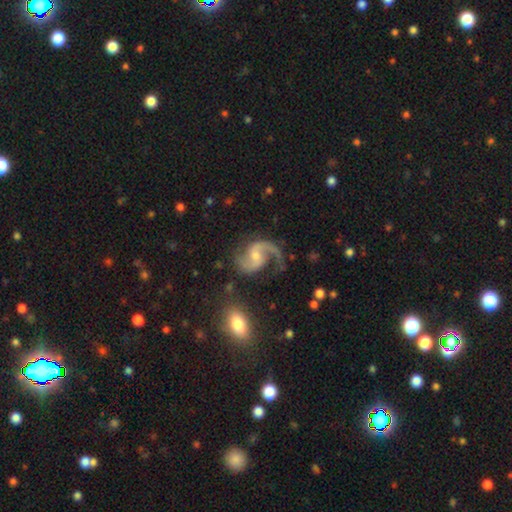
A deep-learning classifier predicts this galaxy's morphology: Smooth or featured: featured or disk — 90% (star or artifact — 5%)
Edge-on disk: no — 98% (yes — 2%)
Bar: no — 45% (weak — 42%)
Spiral arms: yes — 98% (no — 2%)
Spiral winding: medium — 47% (loose — 45%)
Spiral arm count: 2 — 82% (1 — 13%)
Bulge size: small — 49% (moderate — 41%)
Merging: none — 65% (minor disturbance — 17%)